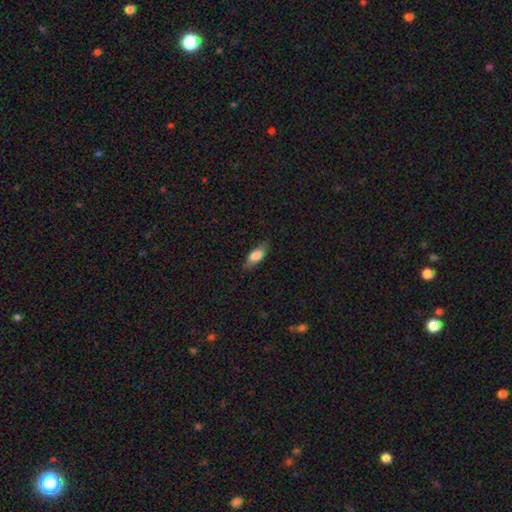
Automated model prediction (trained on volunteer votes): This appears to be a smooth galaxy with no disk features (76%) that is in between round and cigar-shaped (77%). Merging: none (75%).